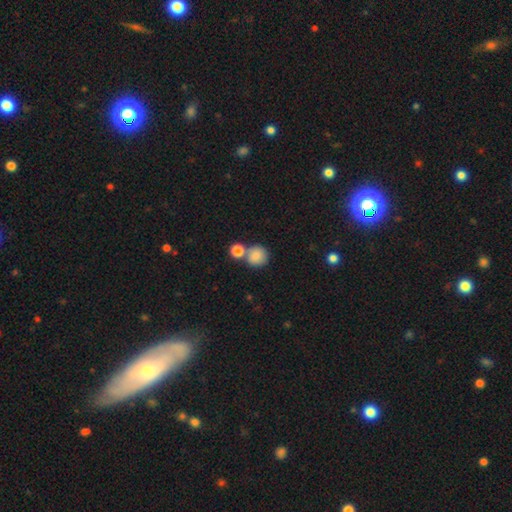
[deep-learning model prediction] smooth 82%, star or artifact 9%, featured or disk 8%. Down the decision tree: how rounded — round (89%); merging — none (54%).